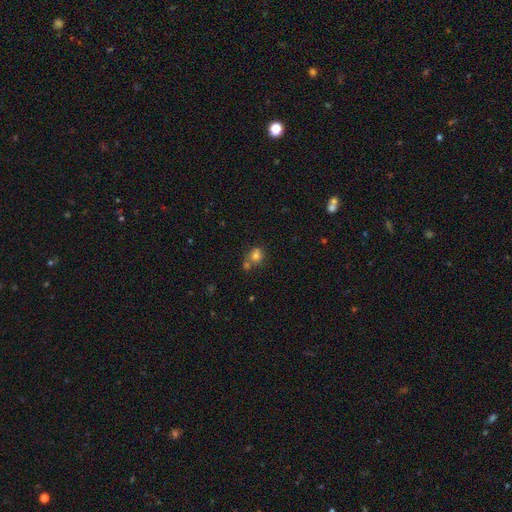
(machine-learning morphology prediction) A smooth galaxy with no disk features (74%) that is round (70%).

Vote fractions:
- Smooth or featured? smooth: 74% / star or artifact: 13% / featured or disk: 12%
- How rounded? round: 70% / in between: 29% / cigar-shaped: 1%
- Merging? none: 48% / merger: 34% / minor disturbance: 13% / major disturbance: 5%